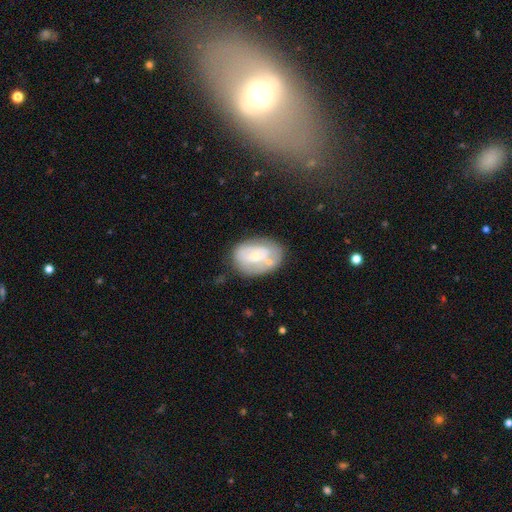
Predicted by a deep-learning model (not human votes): smooth-or-featured: featured or disk: 50% | smooth: 43% | star or artifact: 7%
  disk-edge-on: no: 95% | yes: 5%
  merging: none: 57% | minor disturbance: 24% | merger: 10% | major disturbance: 9%